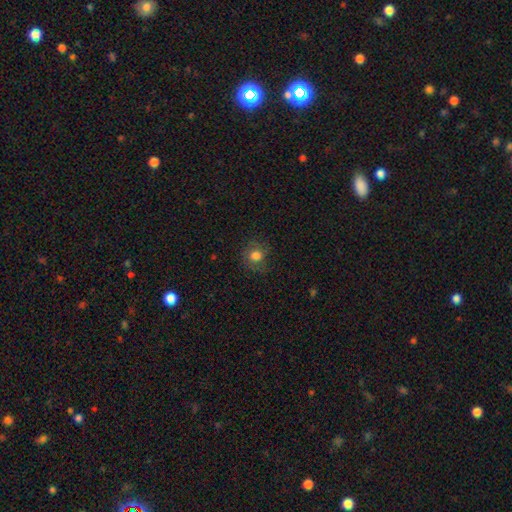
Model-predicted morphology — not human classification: This appears to be a smooth galaxy with no disk features (77%) that is round (82%). Merging: none (76%).